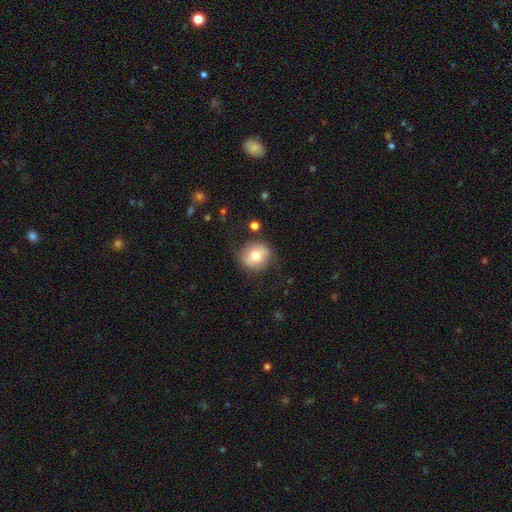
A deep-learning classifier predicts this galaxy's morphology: smooth_or_featured: smooth (p=0.68) [alt: featured or disk p=0.23]
how_rounded: round (p=0.82) [alt: in between p=0.17]
merging: none (p=0.80) [alt: minor disturbance p=0.14]